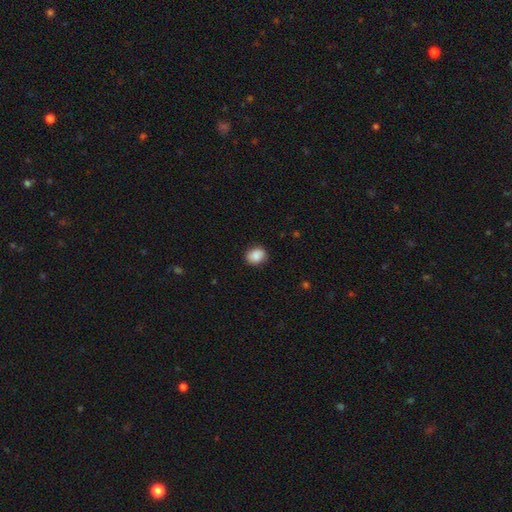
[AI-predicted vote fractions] A smooth galaxy with no disk features (86%) that is round (52%).

Vote fractions:
- Smooth or featured? smooth: 86% / star or artifact: 8% / featured or disk: 6%
- How rounded? round: 52% / in between: 47% / cigar-shaped: 1%
- Merging? none: 86% / minor disturbance: 11% / major disturbance: 2% / merger: 1%